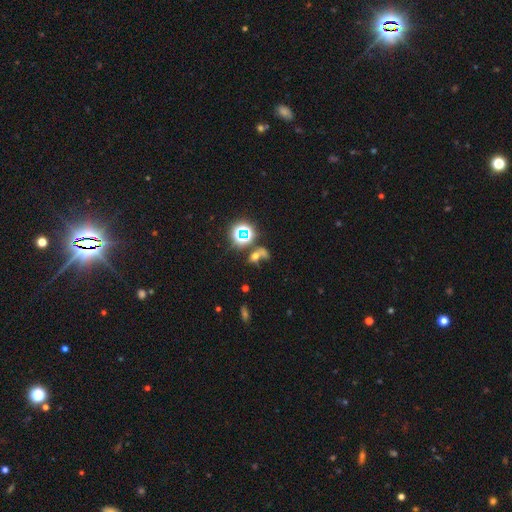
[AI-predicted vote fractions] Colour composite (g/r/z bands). It shows a star or artifact, not a galaxy (40%).